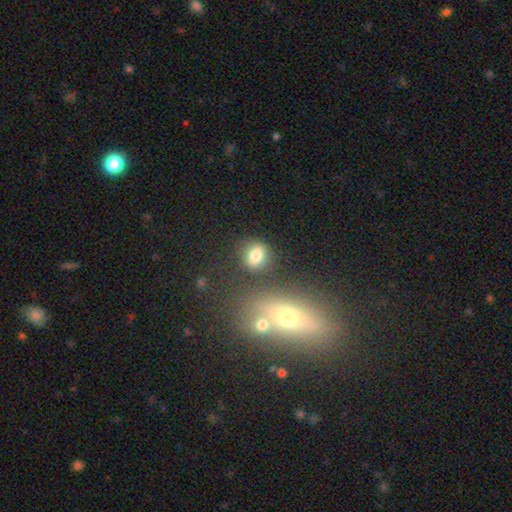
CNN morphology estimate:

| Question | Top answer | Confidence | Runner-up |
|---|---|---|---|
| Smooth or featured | smooth | 78% | star or artifact (12%) |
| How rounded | round | 57% | in between (41%) |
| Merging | none | 74% | minor disturbance (13%) |